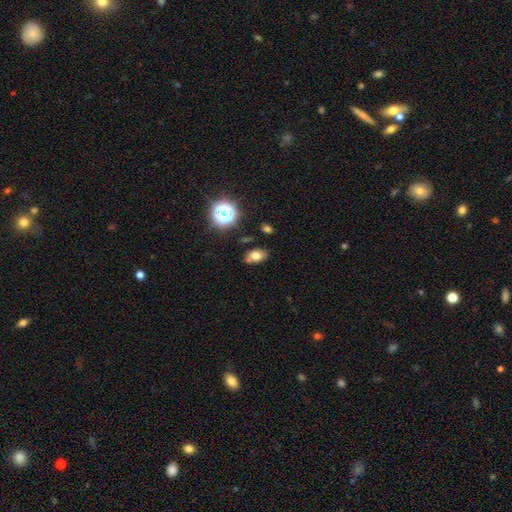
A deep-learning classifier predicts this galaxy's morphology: A smooth galaxy with no disk features (73%) that is in between round and cigar-shaped (86%).

Vote fractions:
- Smooth or featured? smooth: 73% / star or artifact: 15% / featured or disk: 12%
- How rounded? in between: 86% / round: 12% / cigar-shaped: 2%
- Merging? none: 77% / minor disturbance: 14% / merger: 6% / major disturbance: 3%